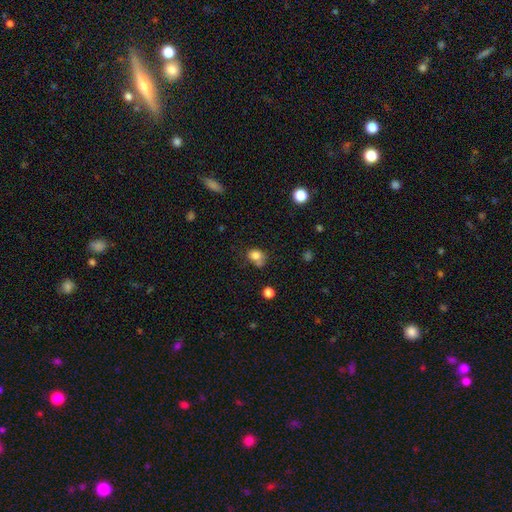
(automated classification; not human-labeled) This is likely a smooth galaxy (79%). How rounded: possibly round (52%). Merging: possibly none (46%).